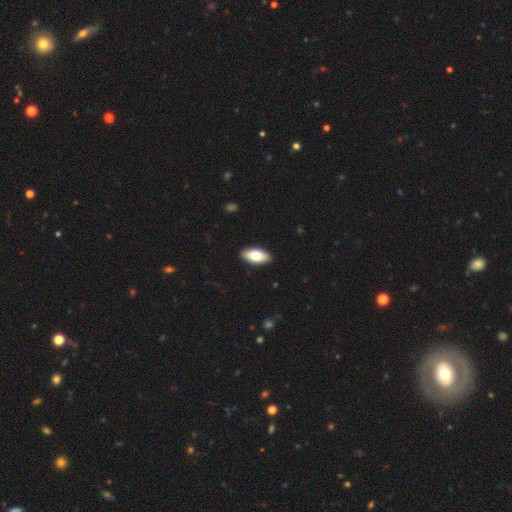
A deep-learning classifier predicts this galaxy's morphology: The model was most divided on "smooth or featured": smooth: 75%, featured or disk: 19%, star or artifact: 6%. More confident: merging — none (91%); how rounded — in between (91%).